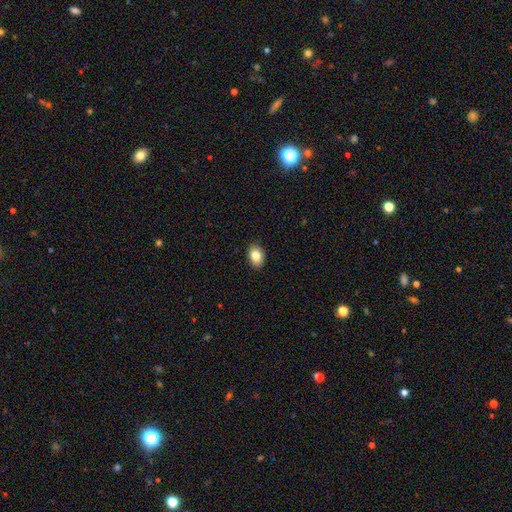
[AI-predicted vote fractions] This is clearly a smooth galaxy (83%). How rounded: likely in between (79%). Merging: clearly none (90%).